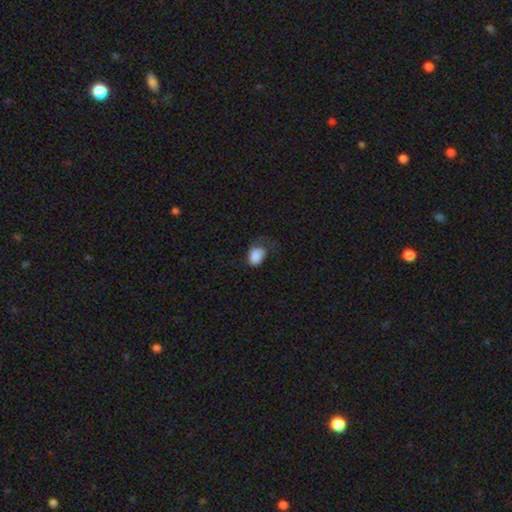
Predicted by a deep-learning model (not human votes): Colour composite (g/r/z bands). It shows a smooth galaxy with no disk features (84%) that is in between round and cigar-shaped (77%). Merging: none (34%).